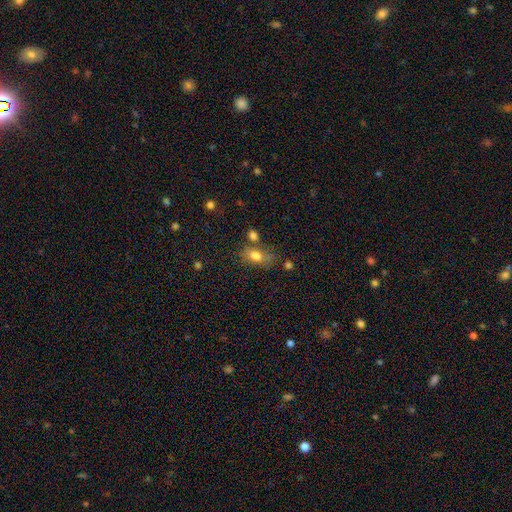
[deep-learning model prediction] Smooth or featured? smooth (78%)
How rounded? in between (84%)
Merging? none (56%)